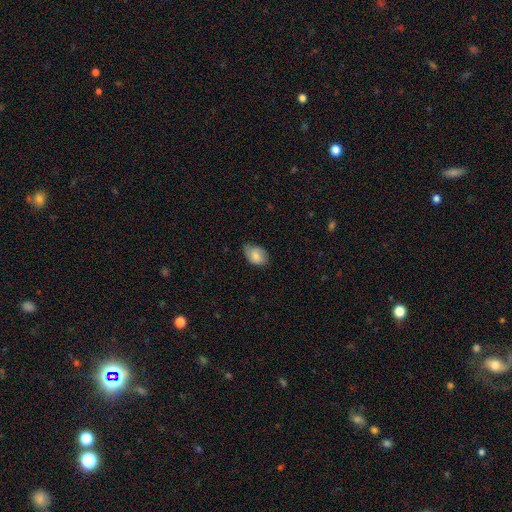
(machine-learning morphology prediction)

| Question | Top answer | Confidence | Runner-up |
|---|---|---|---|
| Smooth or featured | smooth | 73% | featured or disk (20%) |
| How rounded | in between | 81% | round (18%) |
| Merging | none | 64% | minor disturbance (29%) |